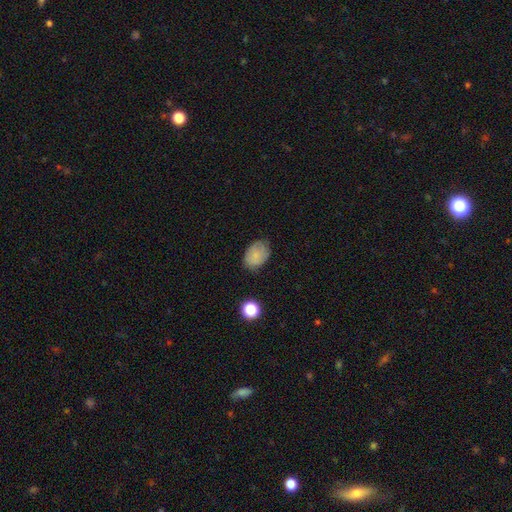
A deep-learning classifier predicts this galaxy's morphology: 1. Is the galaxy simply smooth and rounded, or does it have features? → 75% smooth, 16% featured or disk, 10% star or artifact.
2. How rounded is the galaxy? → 77% in between, 22% round, 1% cigar-shaped.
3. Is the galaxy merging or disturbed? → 71% none, 22% minor disturbance, 5% major disturbance, 2% merger.